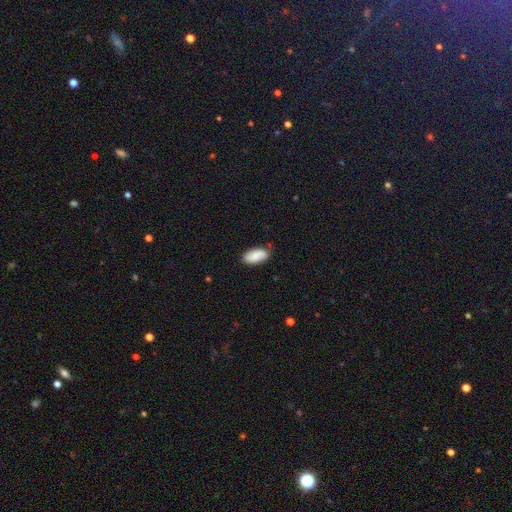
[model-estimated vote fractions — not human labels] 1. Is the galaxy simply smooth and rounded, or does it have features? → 82% smooth, 11% featured or disk, 7% star or artifact.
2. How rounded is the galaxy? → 93% in between, 5% cigar-shaped, 2% round.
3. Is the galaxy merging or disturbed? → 76% none, 19% minor disturbance, 3% major disturbance, 2% merger.